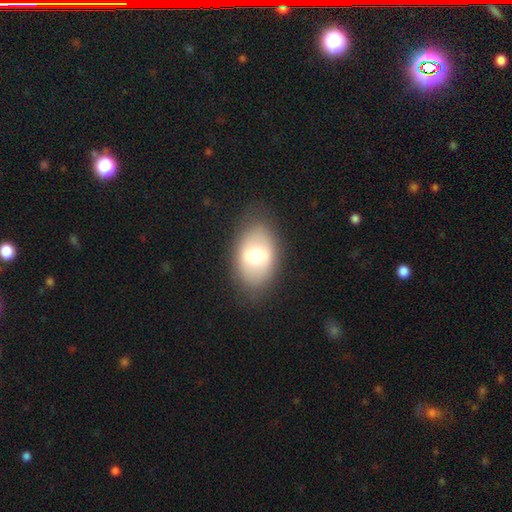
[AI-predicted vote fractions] smooth-or-featured: smooth: 66% | featured or disk: 26% | star or artifact: 8%
  how-rounded: in between: 87% | round: 12% | cigar-shaped: 1%
  merging: none: 83% | minor disturbance: 12% | major disturbance: 4% | merger: 1%